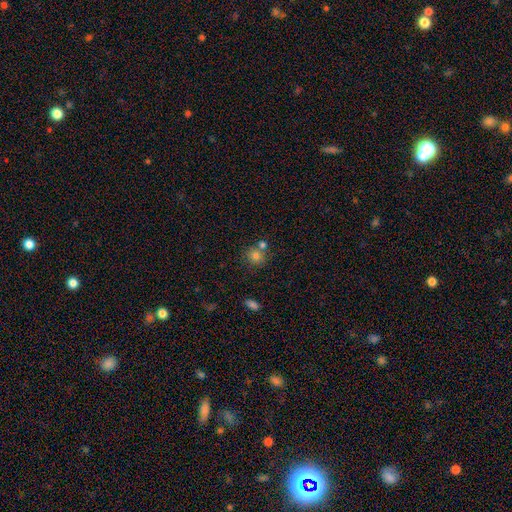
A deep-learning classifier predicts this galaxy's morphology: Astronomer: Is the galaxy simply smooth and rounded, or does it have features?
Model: smooth — 79%.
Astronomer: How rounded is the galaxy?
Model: round — 87%.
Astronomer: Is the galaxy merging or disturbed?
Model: none — 63%.